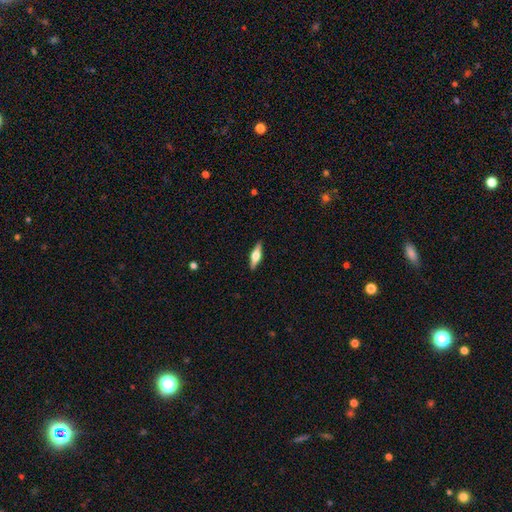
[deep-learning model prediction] smooth_or_featured: featured or disk (p=0.60) [alt: smooth p=0.34]
disk_edge_on: yes (p=0.96) [alt: no p=0.04]
edge_on_bulge: rounded (p=0.92) [alt: boxy p=0.06]
merging: none (p=0.90) [alt: minor disturbance p=0.08]